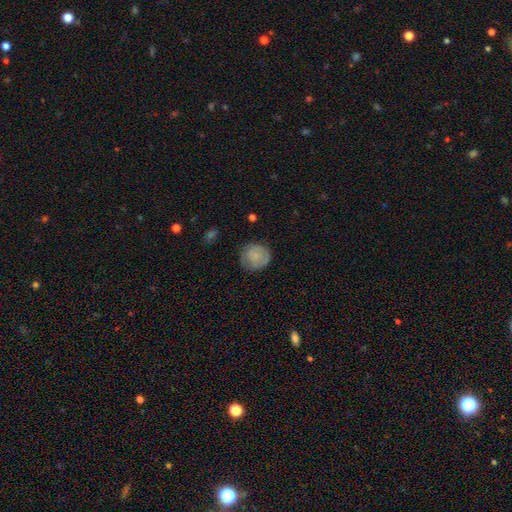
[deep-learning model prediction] Morphology: type=smooth (74%); roundness=round (88%); merging=none (72%).